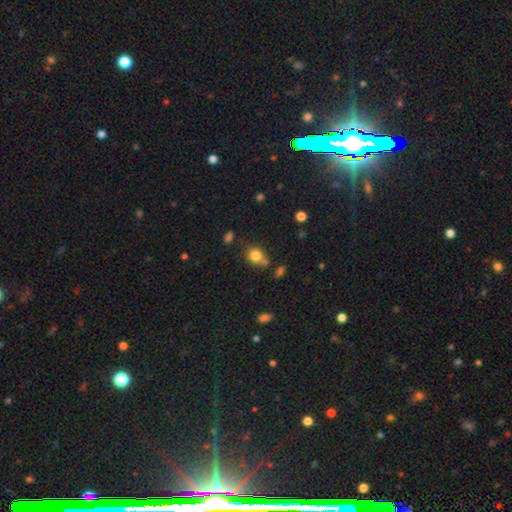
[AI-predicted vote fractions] Smooth or featured? smooth (80%)
How rounded? round (69%)
Merging? none (59%)